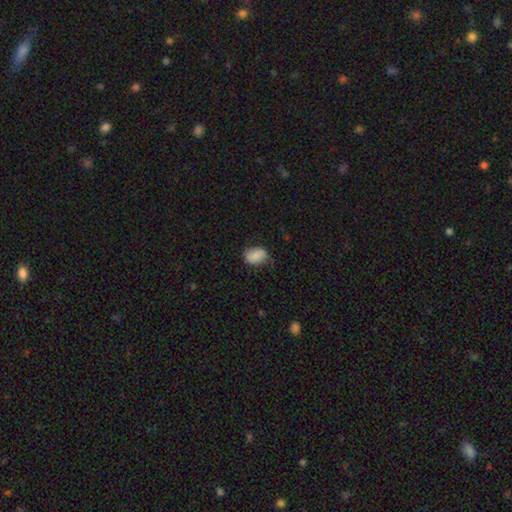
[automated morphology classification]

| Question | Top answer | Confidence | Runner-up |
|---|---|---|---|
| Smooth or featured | smooth | 83% | featured or disk (9%) |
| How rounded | in between | 79% | round (20%) |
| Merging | none | 72% | minor disturbance (22%) |